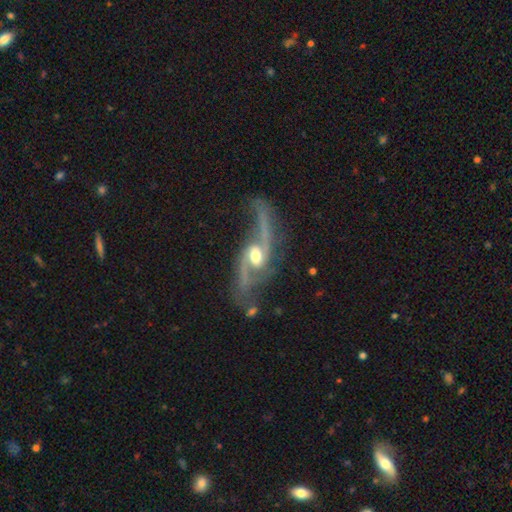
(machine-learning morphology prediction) type=featured or disk (90%); edge-on=no (93%); bar=no (42%); spiral arms=yes (96%); winding=loose (65%); arm count=2 (91%); bulge=moderate (69%); merging=none (55%).